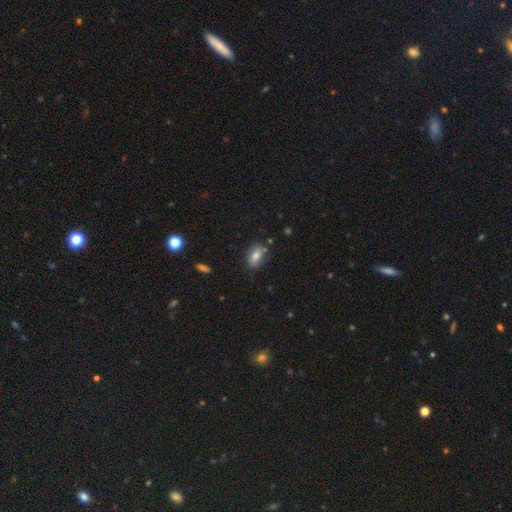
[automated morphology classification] Smooth or featured: smooth — 77% (featured or disk — 14%)
How rounded: in between — 86% (round — 10%)
Merging: none — 76% (minor disturbance — 17%)